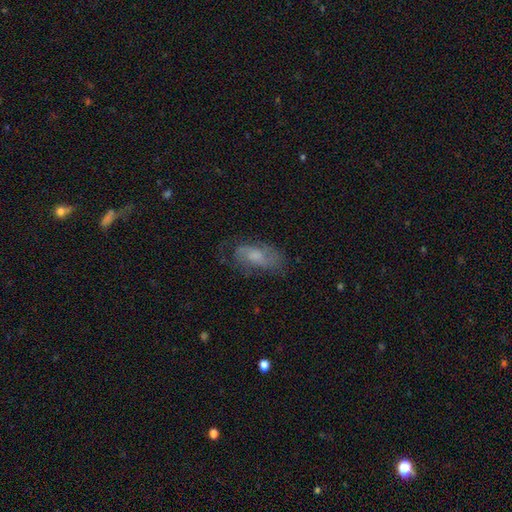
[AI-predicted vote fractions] smooth-or-featured: featured or disk: 51% | smooth: 39% | star or artifact: 9%
  disk-edge-on: no: 91% | yes: 9%
  merging: none: 58% | minor disturbance: 25% | major disturbance: 16% | merger: 2%